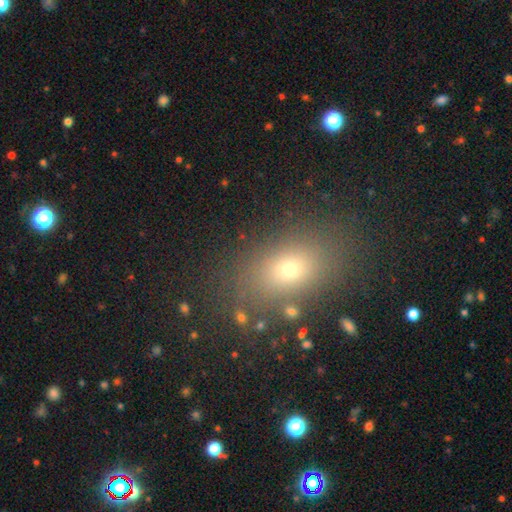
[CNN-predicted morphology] Smooth or featured: smooth — 65% (star or artifact — 23%)
How rounded: in between — 75% (round — 21%)
Merging: none — 84% (minor disturbance — 9%)